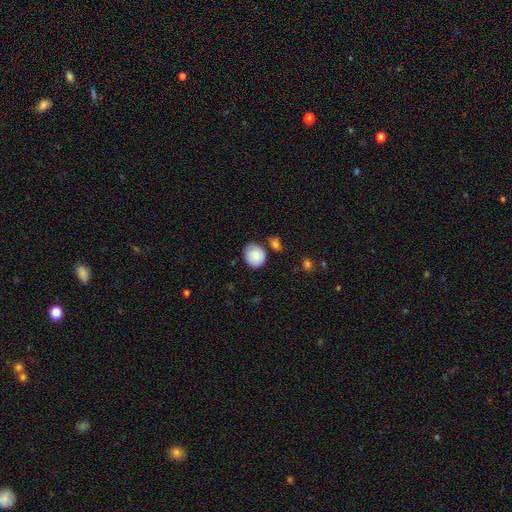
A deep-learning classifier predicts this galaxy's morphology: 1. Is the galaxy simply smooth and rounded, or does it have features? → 85% smooth, 8% featured or disk, 7% star or artifact.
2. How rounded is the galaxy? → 79% round, 20% in between, 1% cigar-shaped.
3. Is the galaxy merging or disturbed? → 70% none, 19% minor disturbance, 7% merger, 4% major disturbance.